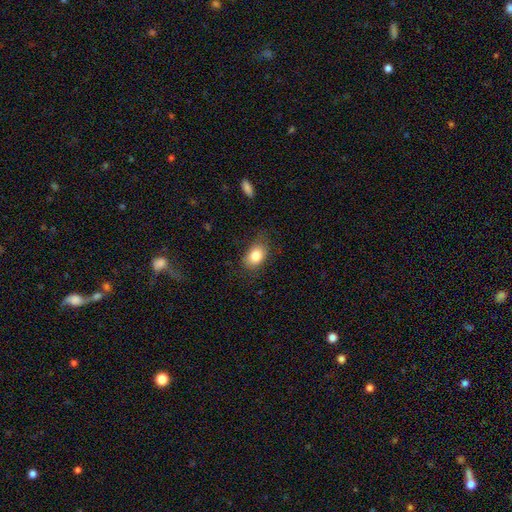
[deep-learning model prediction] Smooth or featured?
  - smooth: 82% *
  - featured or disk: 9%
  - star or artifact: 9%
How rounded?
  - in between: 78% *
  - round: 21%
  - cigar-shaped: 1%
Merging?
  - none: 72% *
  - minor disturbance: 20%
  - major disturbance: 7%
  - merger: 1%